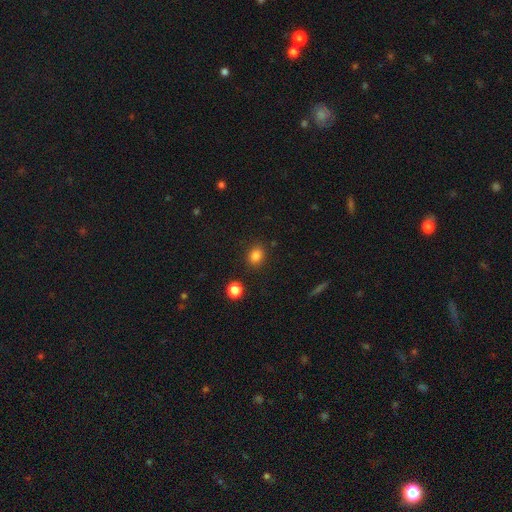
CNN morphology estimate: A smooth galaxy with no disk features (83%) that is round (54%). Merging: none (86%).